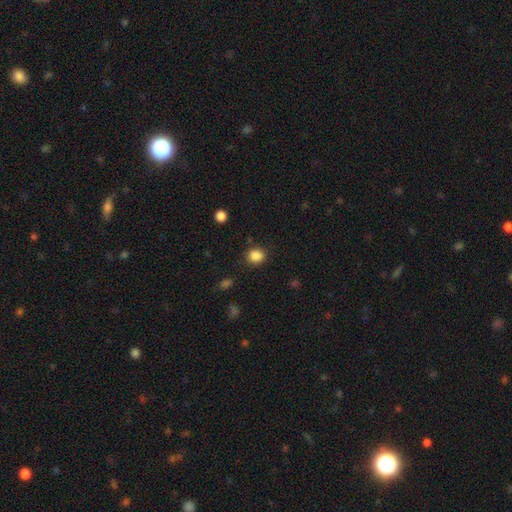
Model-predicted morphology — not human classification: type=smooth (86%); roundness=round (63%); merging=none (80%).